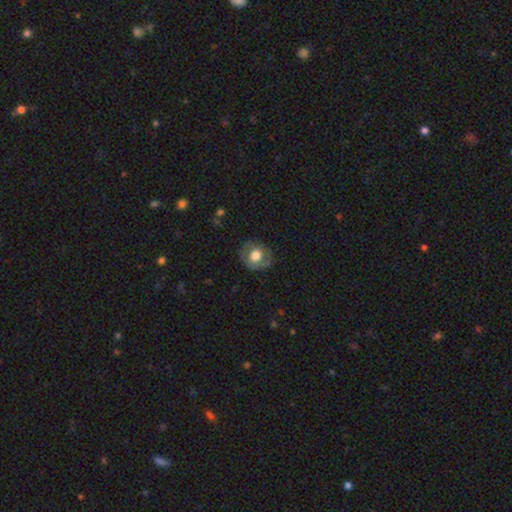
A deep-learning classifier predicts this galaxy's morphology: type=smooth (55%); roundness=round (78%); merging=none (77%).